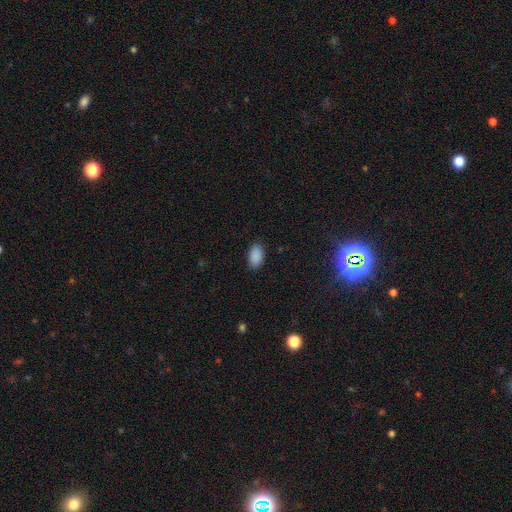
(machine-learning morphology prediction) Q: Smooth or featured?
A: smooth (89%); runner-up: star or artifact (8%)
Q: How rounded?
A: in between (93%); runner-up: round (5%)
Q: Merging?
A: none (87%); runner-up: minor disturbance (9%)